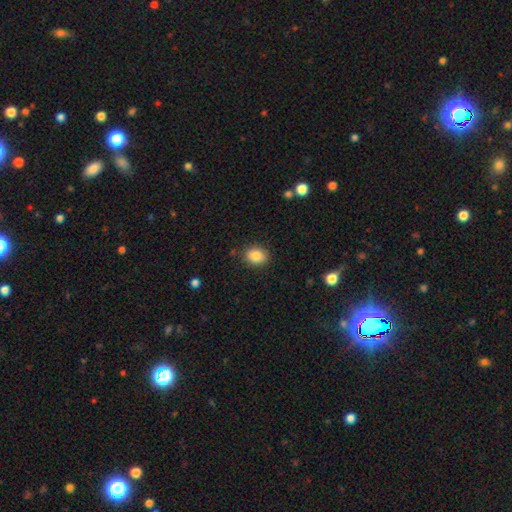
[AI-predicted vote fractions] smooth_or_featured: smooth (p=0.86) [alt: star or artifact p=0.09]
how_rounded: in between (p=0.53) [alt: round p=0.46]
merging: none (p=0.87) [alt: minor disturbance p=0.09]